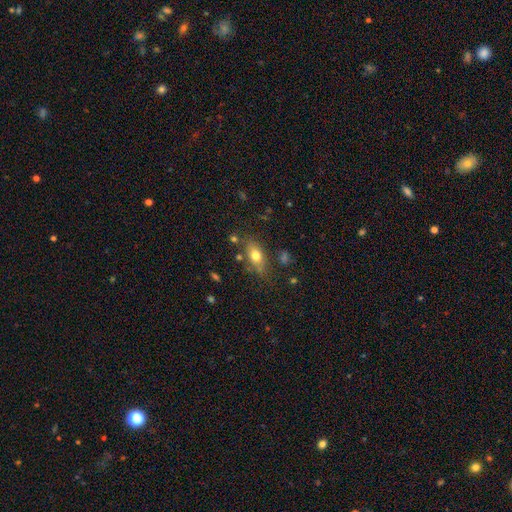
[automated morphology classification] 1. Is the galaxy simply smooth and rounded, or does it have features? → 73% smooth, 18% featured or disk, 10% star or artifact.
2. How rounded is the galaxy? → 78% in between, 13% round, 9% cigar-shaped.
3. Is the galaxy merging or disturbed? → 72% none, 17% minor disturbance, 6% merger, 5% major disturbance.